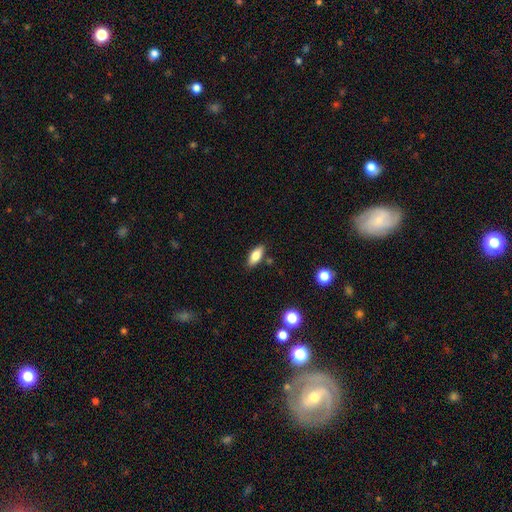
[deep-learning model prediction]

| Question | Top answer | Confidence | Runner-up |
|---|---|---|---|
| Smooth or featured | smooth | 77% | featured or disk (16%) |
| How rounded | in between | 80% | cigar-shaped (17%) |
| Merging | none | 84% | minor disturbance (11%) |